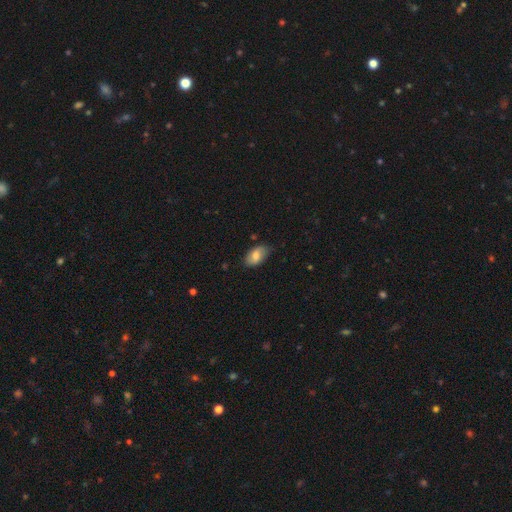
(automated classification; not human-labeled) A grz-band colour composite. It shows a smooth galaxy with no disk features (73%) that is in between round and cigar-shaped (93%). Merging: none (70%).